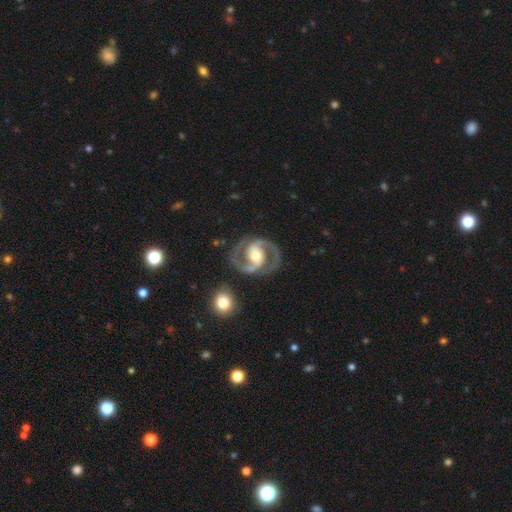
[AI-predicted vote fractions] smooth-or-featured: featured or disk: 89% | smooth: 7% | star or artifact: 4%
  disk-edge-on: no: 98% | yes: 2%
    bar: strong: 37% | weak: 33% | no: 30%
    has-spiral-arms: yes: 94% | no: 6%
      spiral-winding: medium: 60% | tight: 27% | loose: 13%
      spiral-arm-count: 2: 93% | can't tell: 2% | 1: 2% | 3: 1% | 4: 1% | more than 4: 1%
    bulge-size: moderate: 67% | small: 16% | large: 14% | dominant: 1% | none: 1%
  merging: none: 79% | minor disturbance: 12% | major disturbance: 6% | merger: 3%